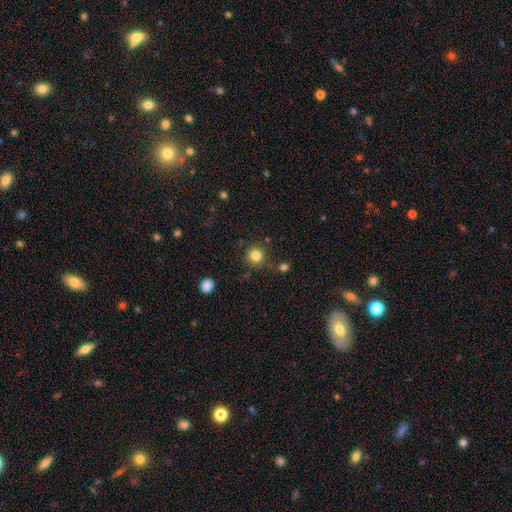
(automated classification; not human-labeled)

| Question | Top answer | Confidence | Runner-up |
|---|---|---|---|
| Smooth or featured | smooth | 83% | star or artifact (12%) |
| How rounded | round | 93% | in between (6%) |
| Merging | none | 83% | minor disturbance (9%) |